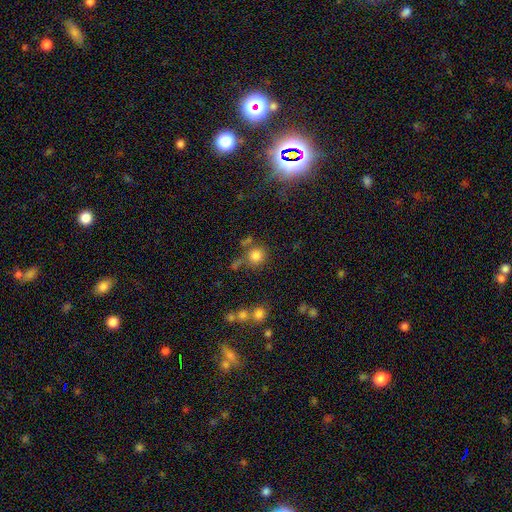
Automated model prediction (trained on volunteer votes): smooth 80%, star or artifact 13%, featured or disk 7%. Down the decision tree: how rounded — round (91%); merging — none (67%).